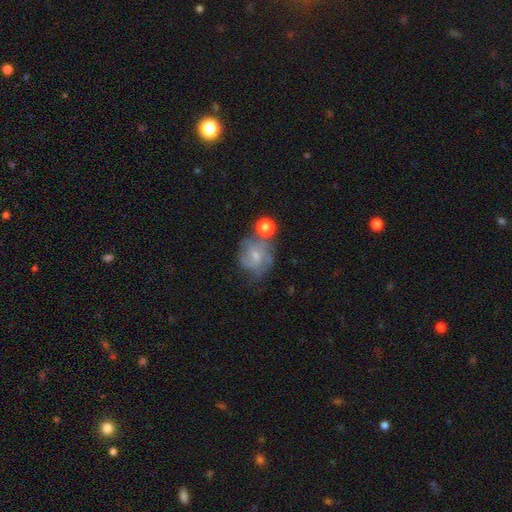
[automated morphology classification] A featured or disk galaxy (51%). Merging: none (46%).